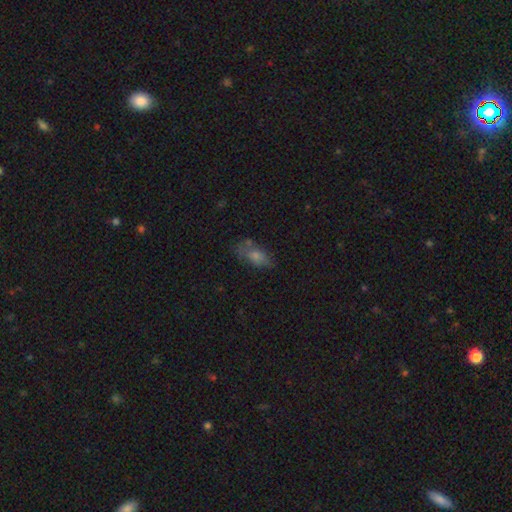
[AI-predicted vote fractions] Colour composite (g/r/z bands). It shows a smooth galaxy with no disk features (61%) that is in between round and cigar-shaped (81%). Merging: none (57%).